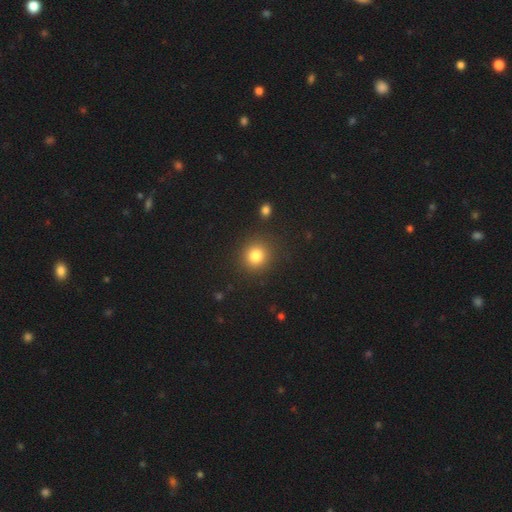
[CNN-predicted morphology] This is clearly a smooth galaxy (82%). How rounded: clearly round (88%). Merging: clearly none (88%).